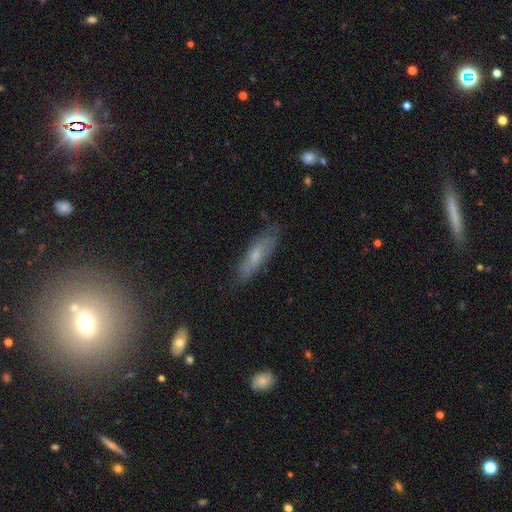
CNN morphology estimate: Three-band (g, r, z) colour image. It shows a smooth galaxy with no disk features (54%) that is cigar-shaped (66%). Merging: none (75%).